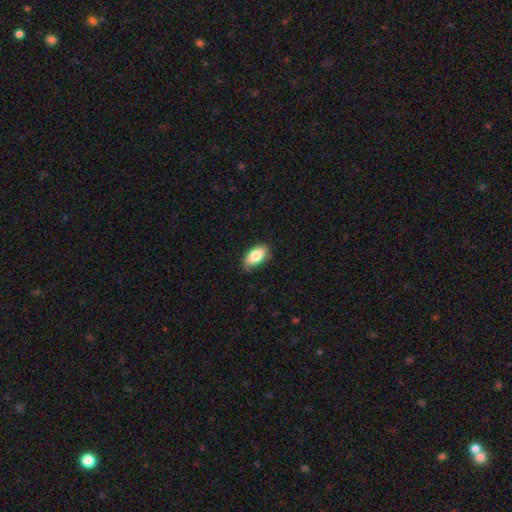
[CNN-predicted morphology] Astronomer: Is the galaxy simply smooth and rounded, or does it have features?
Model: smooth — 81%.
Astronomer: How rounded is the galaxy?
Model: in between — 93%.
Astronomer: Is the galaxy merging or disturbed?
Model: none — 79%.